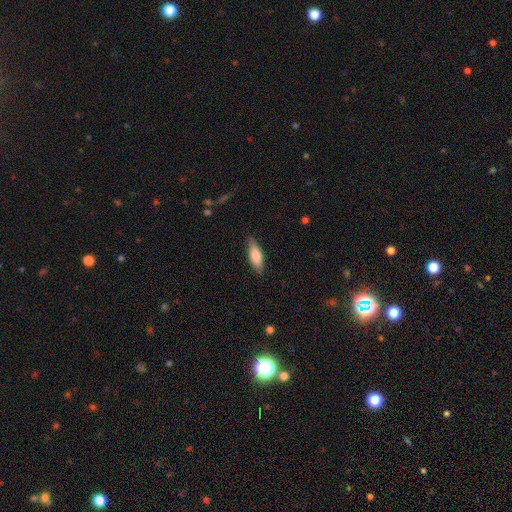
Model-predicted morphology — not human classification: Overall: smooth (76%). How rounded: in between (53%; cigar-shaped 45%). Merging: none (85%).